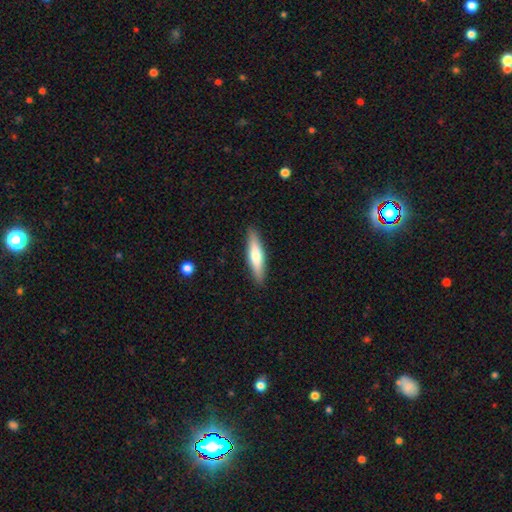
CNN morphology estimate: A smooth galaxy with no disk features (56%) that is cigar-shaped (82%).

Vote fractions:
- Smooth or featured? smooth: 56% / featured or disk: 38% / star or artifact: 5%
- How rounded? cigar-shaped: 82% / in between: 16% / round: 1%
- Merging? none: 90% / minor disturbance: 7% / major disturbance: 2% / merger: 1%